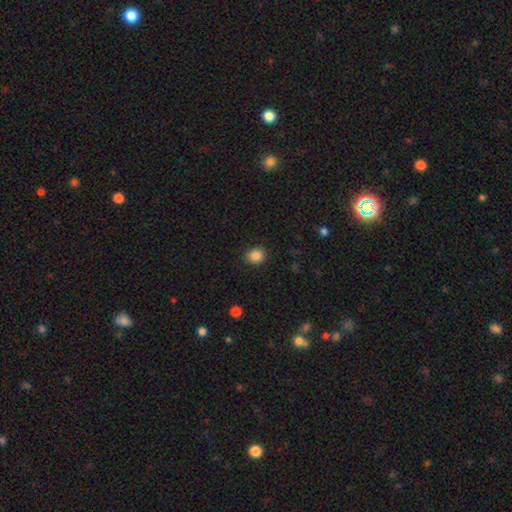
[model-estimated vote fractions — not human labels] The model was most divided on "how rounded": round: 65%, in between: 35%, cigar-shaped: 1%. More confident: smooth or featured — smooth (86%); merging — none (86%).